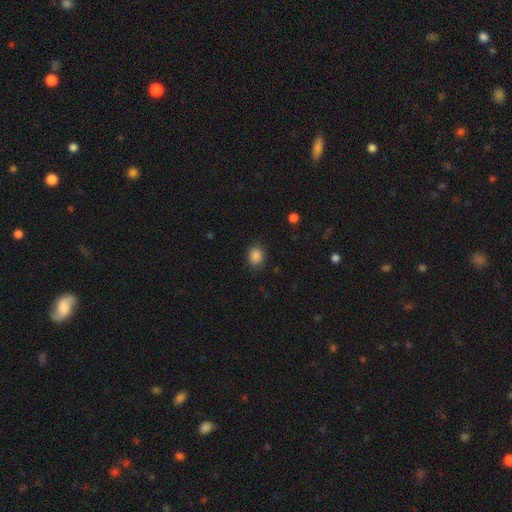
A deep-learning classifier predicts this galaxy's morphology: A smooth galaxy with no disk features (86%) that is round (53%).

Vote fractions:
- Smooth or featured? smooth: 86% / star or artifact: 10% / featured or disk: 4%
- How rounded? round: 53% / in between: 47% / cigar-shaped: 1%
- Merging? none: 83% / minor disturbance: 12% / major disturbance: 3% / merger: 1%